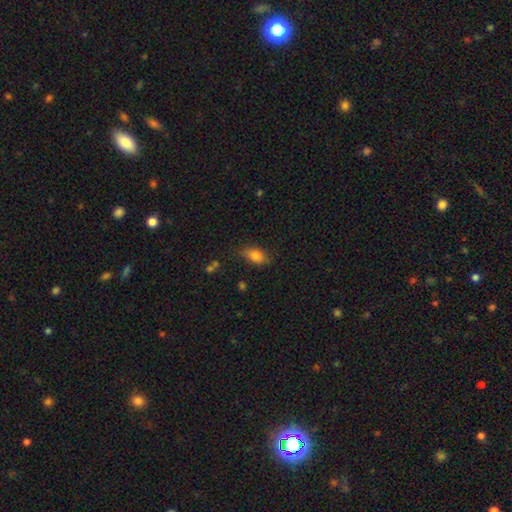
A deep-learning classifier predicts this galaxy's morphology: A smooth galaxy with no disk features (80%) that is in between round and cigar-shaped (84%).

Vote fractions:
- Smooth or featured? smooth: 80% / featured or disk: 11% / star or artifact: 9%
- How rounded? in between: 84% / round: 10% / cigar-shaped: 6%
- Merging? none: 74% / minor disturbance: 19% / major disturbance: 4% / merger: 2%